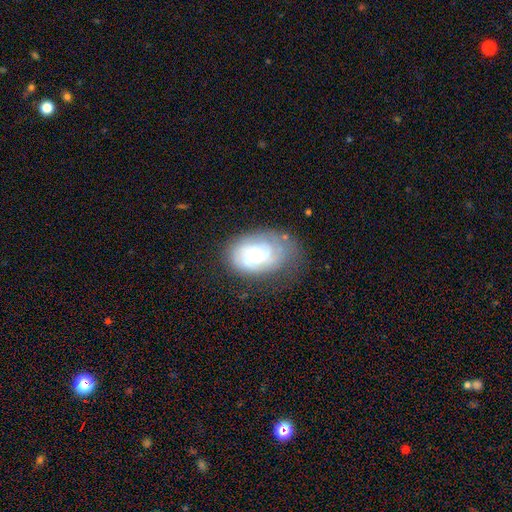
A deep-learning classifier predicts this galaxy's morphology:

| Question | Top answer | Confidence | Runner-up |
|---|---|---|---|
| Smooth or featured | featured or disk | 62% | smooth (30%) |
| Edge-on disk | no | 96% | yes (4%) |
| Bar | no | 68% | weak (28%) |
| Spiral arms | yes | 83% | no (17%) |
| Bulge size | moderate | 45% | small (40%) |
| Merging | none | 55% | minor disturbance (27%) |